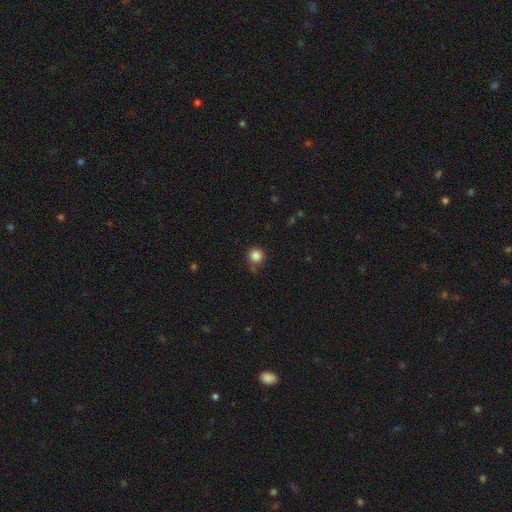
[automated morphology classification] Overall: smooth (86%). How rounded: round (92%). Merging: none (78%).